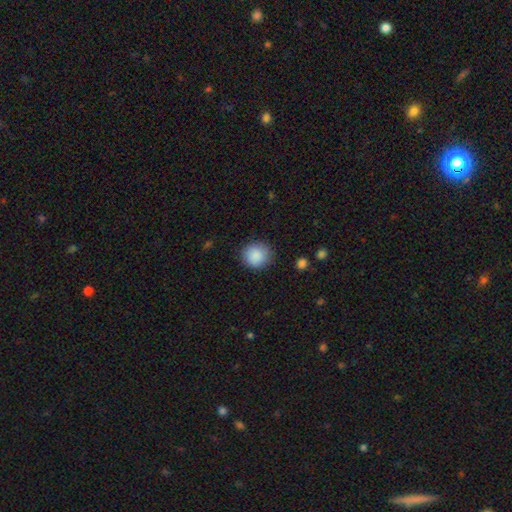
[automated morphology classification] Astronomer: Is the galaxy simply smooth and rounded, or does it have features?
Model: smooth — 88%.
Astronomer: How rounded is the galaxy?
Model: round — 90%.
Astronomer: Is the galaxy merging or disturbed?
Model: none — 86%.